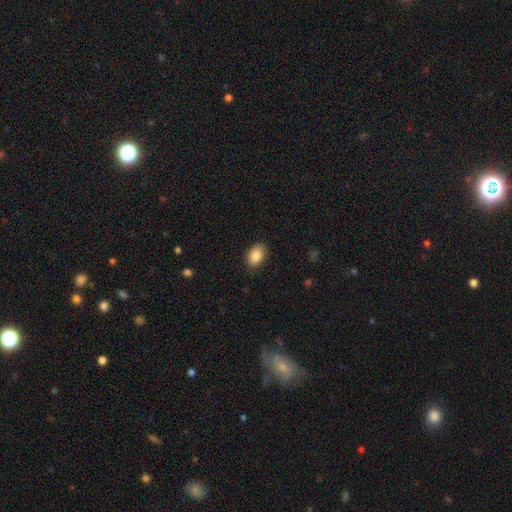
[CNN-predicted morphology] Q: Smooth or featured?
A: smooth (87%); runner-up: star or artifact (7%)
Q: How rounded?
A: in between (88%); runner-up: round (11%)
Q: Merging?
A: none (87%); runner-up: minor disturbance (9%)